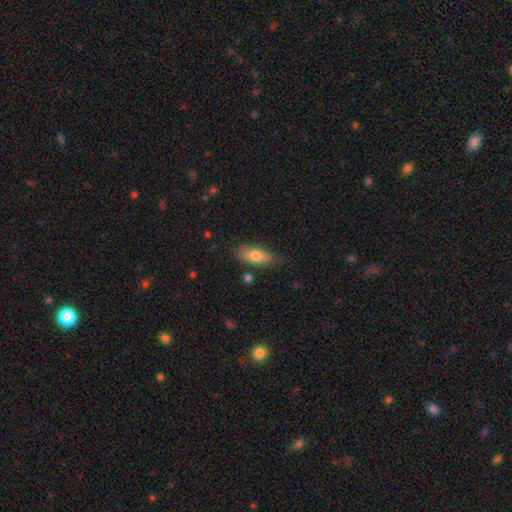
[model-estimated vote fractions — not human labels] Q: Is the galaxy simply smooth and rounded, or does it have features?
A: smooth — 73%.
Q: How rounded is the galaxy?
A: in between — 74%.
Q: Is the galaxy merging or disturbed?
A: none — 75%.